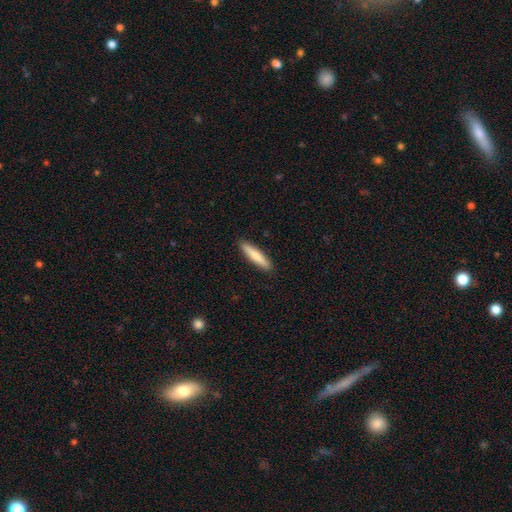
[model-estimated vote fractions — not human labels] This is likely a smooth galaxy (76%). How rounded: clearly cigar-shaped (89%). Merging: clearly none (91%).